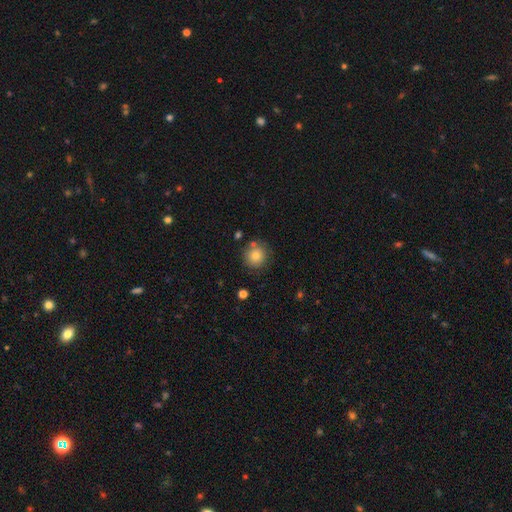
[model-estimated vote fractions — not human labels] Smooth or featured? smooth (82%)
How rounded? round (93%)
Merging? none (81%)